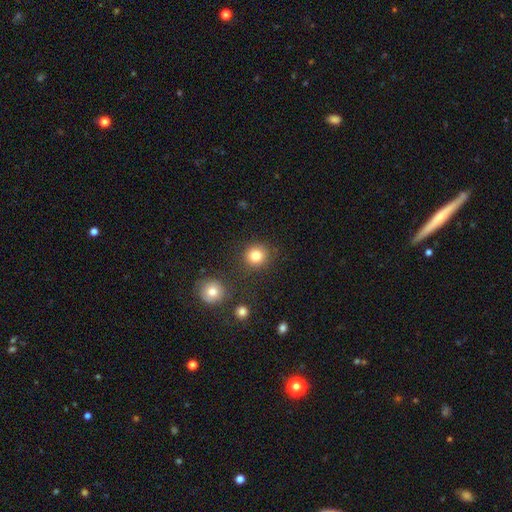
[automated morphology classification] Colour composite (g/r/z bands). It shows a smooth galaxy with no disk features (83%) that is round (89%). Merging: none (85%).